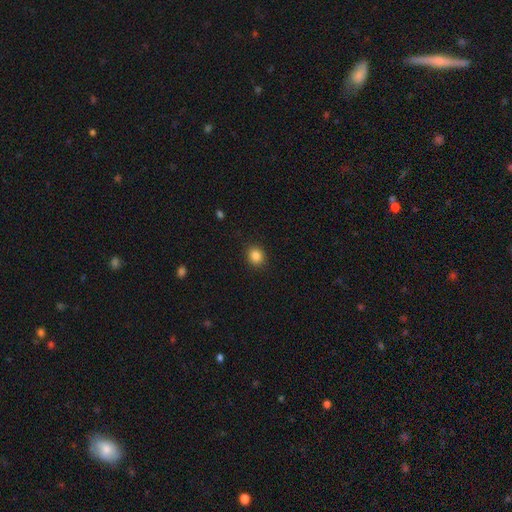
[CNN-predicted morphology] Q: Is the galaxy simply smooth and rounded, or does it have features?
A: smooth — 86%.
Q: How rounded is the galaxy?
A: round — 77%.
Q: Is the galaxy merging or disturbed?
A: none — 90%.